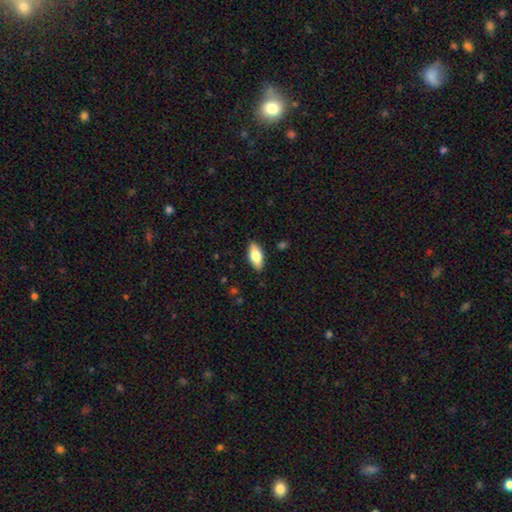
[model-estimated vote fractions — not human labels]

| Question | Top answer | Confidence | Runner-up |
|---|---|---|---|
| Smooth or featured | smooth | 72% | featured or disk (22%) |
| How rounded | in between | 84% | cigar-shaped (13%) |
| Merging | none | 88% | minor disturbance (9%) |